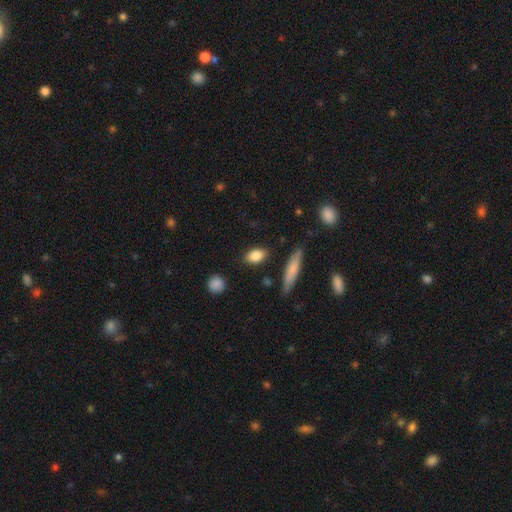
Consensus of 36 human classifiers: Smooth or featured? 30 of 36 (83%) said smooth. How rounded? 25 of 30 (83%) said in between. Merging? 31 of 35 (89%) said none.